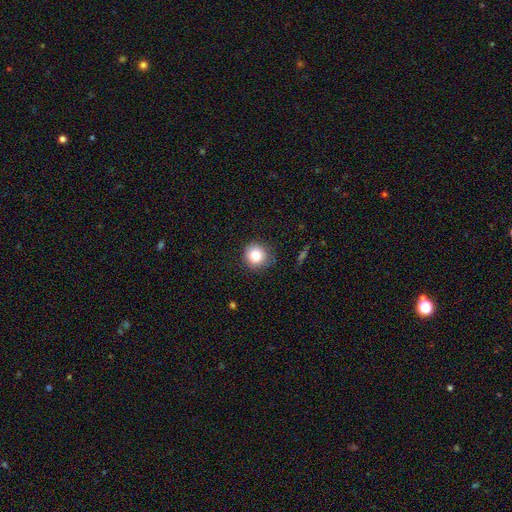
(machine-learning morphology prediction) Smooth or featured? Predicted: smooth (p=0.81). How rounded? Predicted: round (p=0.92). Merging? Predicted: none (p=0.85).